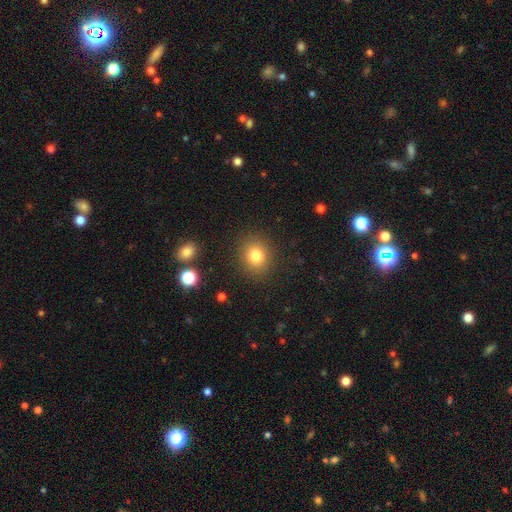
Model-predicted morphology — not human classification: A smooth galaxy with no disk features (80%) that is round (71%).

Vote fractions:
- Smooth or featured? smooth: 80% / star or artifact: 12% / featured or disk: 8%
- How rounded? round: 71% / in between: 28% / cigar-shaped: 1%
- Merging? none: 87% / minor disturbance: 8% / major disturbance: 3% / merger: 2%